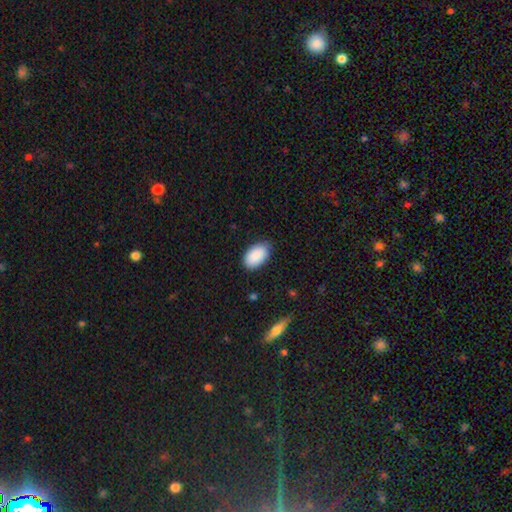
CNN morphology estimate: Smooth or featured? smooth (90%)
How rounded? in between (94%)
Merging? none (81%)